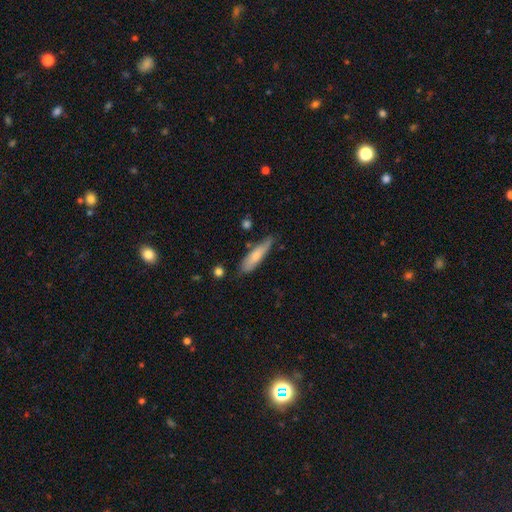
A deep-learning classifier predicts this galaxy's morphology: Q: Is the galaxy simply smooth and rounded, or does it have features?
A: smooth — 73%.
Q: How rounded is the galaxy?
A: cigar-shaped — 70%.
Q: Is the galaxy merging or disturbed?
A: none — 68%.